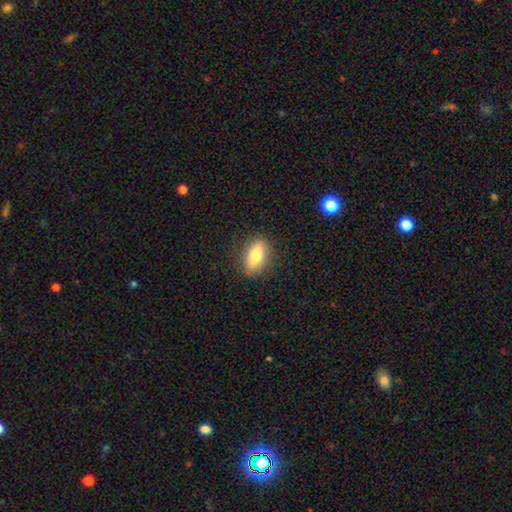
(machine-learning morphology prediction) Smooth or featured? Predicted: smooth (p=0.73). How rounded? Predicted: in between (p=0.82). Merging? Predicted: none (p=0.85).